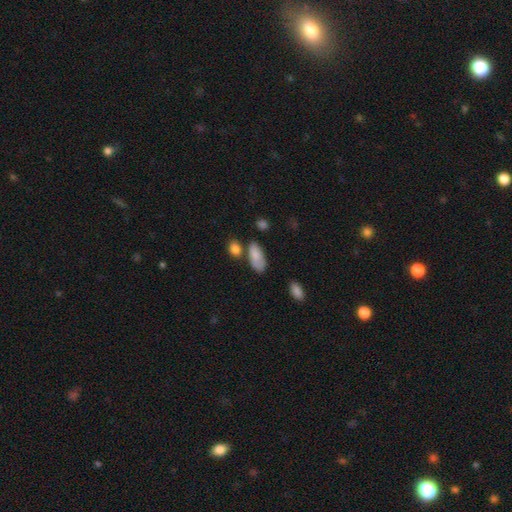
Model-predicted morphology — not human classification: This appears to be a smooth galaxy with no disk features (83%) that is in between round and cigar-shaped (88%). Merging: none (55%).